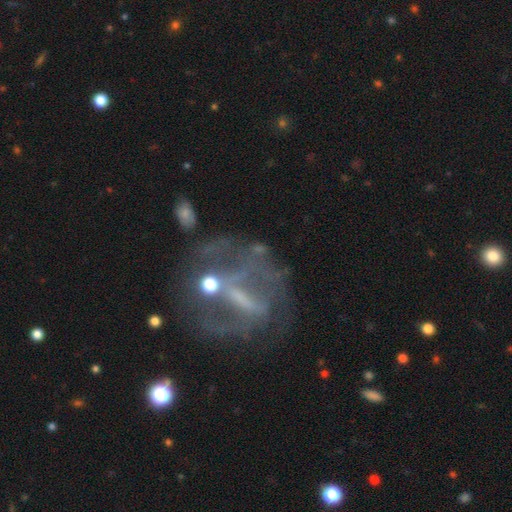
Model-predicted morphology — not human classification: smooth_or_featured: featured or disk (p=0.63) [alt: star or artifact p=0.19]
disk_edge_on: no (p=0.92) [alt: yes p=0.08]
bar: strong (p=0.40) [alt: no p=0.31]
has_spiral_arms: no (p=0.60) [alt: yes p=0.40]
bulge_size: none (p=0.43) [alt: small p=0.29]
merging: none (p=0.44) [alt: major disturbance p=0.30]